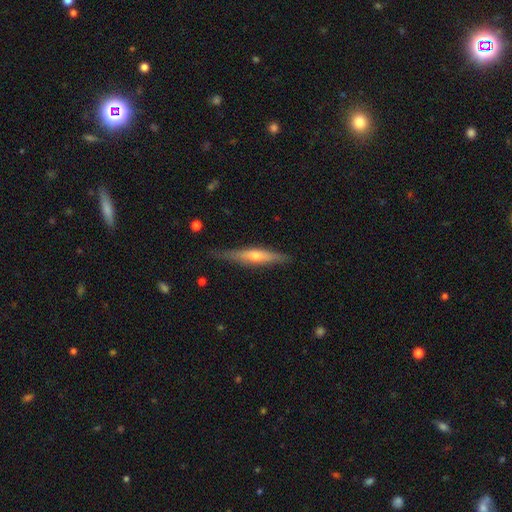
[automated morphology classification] A featured or disk galaxy (59%) viewed edge-on (93%) with a rounded central bulge (81%). Merging: none (81%).